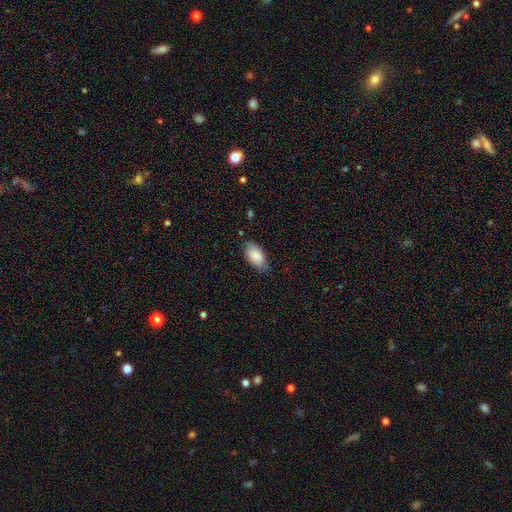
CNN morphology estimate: Smooth or featured: smooth — 83% (featured or disk — 10%)
How rounded: in between — 94% (round — 4%)
Merging: none — 74% (minor disturbance — 21%)